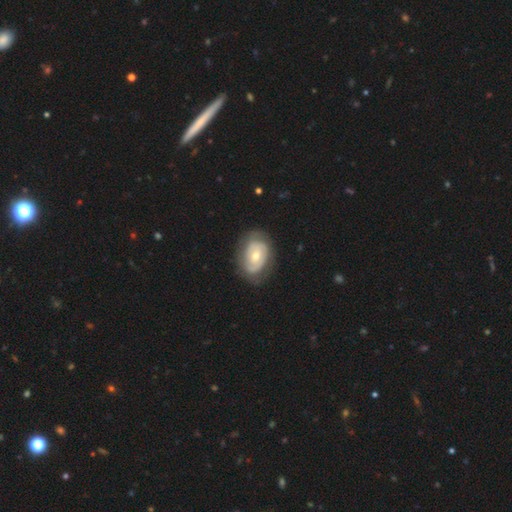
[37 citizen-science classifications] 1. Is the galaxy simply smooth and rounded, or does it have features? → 51% smooth, 43% featured or disk, 5% star or artifact.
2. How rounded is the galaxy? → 84% in between, 16% round, 0% cigar-shaped.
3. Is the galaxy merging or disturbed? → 63% none, 26% minor disturbance, 9% major disturbance, 3% merger.